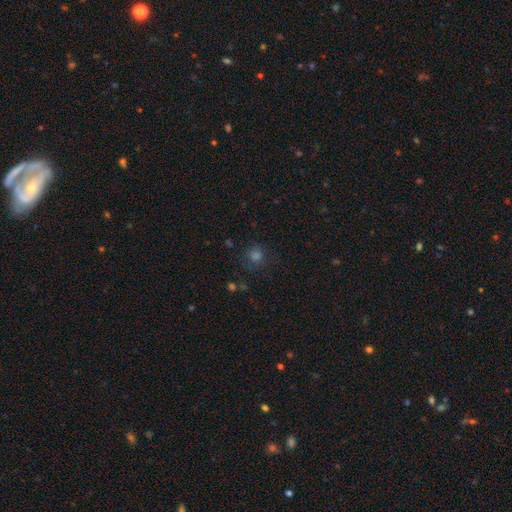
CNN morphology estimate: smooth_or_featured: smooth (p=0.66) [alt: star or artifact p=0.27]
how_rounded: round (p=0.90) [alt: in between p=0.09]
merging: none (p=0.83) [alt: minor disturbance p=0.11]